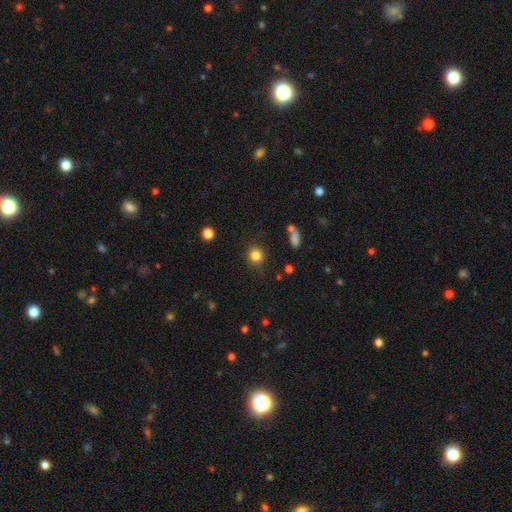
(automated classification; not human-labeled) smooth_or_featured: smooth (p=0.83) [alt: star or artifact p=0.12]
how_rounded: round (p=0.89) [alt: in between p=0.10]
merging: none (p=0.87) [alt: minor disturbance p=0.08]